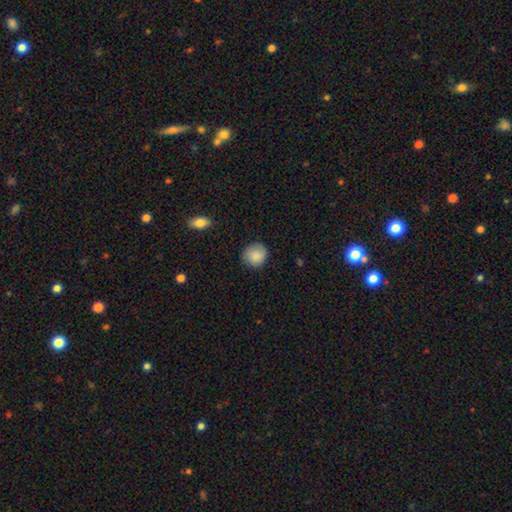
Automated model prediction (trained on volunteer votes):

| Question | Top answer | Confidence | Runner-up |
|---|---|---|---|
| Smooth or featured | smooth | 86% | star or artifact (7%) |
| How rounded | round | 87% | in between (12%) |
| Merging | none | 81% | minor disturbance (15%) |